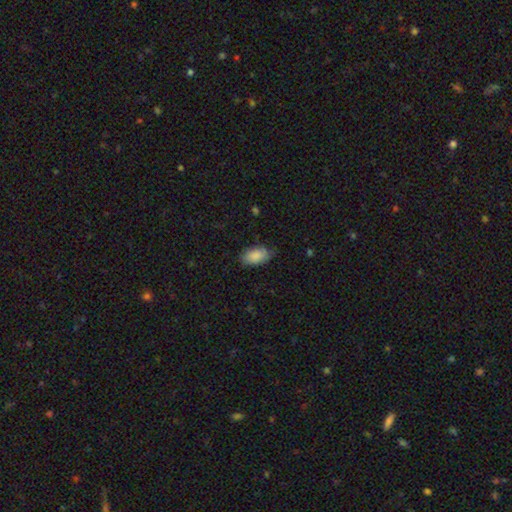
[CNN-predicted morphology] The model was most divided on "merging": none: 74%, minor disturbance: 21%, major disturbance: 4%, merger: 1%. More confident: how rounded — in between (93%); smooth or featured — smooth (86%).